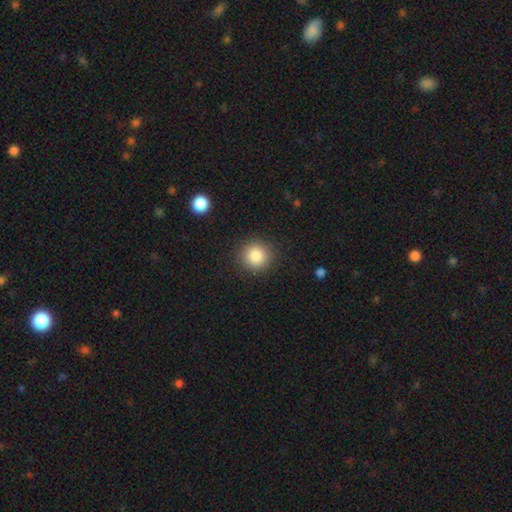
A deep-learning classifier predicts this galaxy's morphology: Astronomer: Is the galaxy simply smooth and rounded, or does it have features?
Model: smooth — 86%.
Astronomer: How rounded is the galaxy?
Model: round — 92%.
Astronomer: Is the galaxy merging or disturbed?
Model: none — 90%.